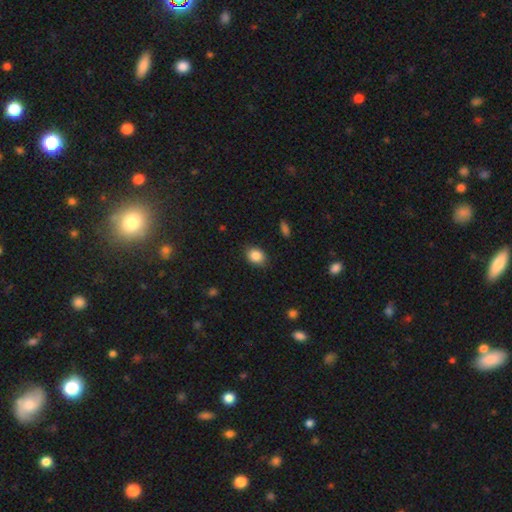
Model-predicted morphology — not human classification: smooth_or_featured: smooth (p=0.86) [alt: star or artifact p=0.09]
how_rounded: in between (p=0.57) [alt: round p=0.42]
merging: none (p=0.86) [alt: minor disturbance p=0.11]